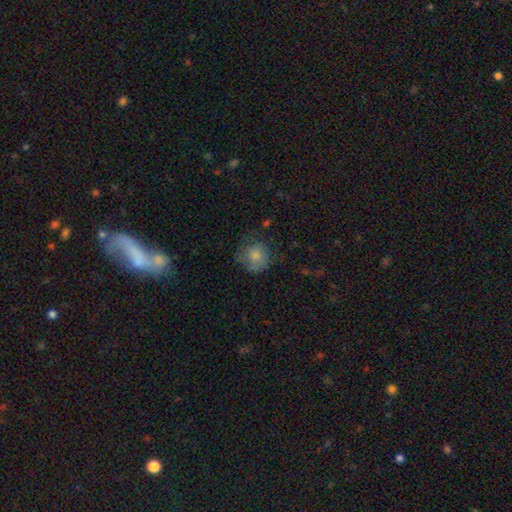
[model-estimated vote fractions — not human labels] Smooth or featured?
  - smooth: 77% *
  - featured or disk: 14%
  - star or artifact: 9%
How rounded?
  - round: 84% *
  - in between: 15%
  - cigar-shaped: 1%
Merging?
  - none: 56% *
  - minor disturbance: 27%
  - major disturbance: 14%
  - merger: 2%